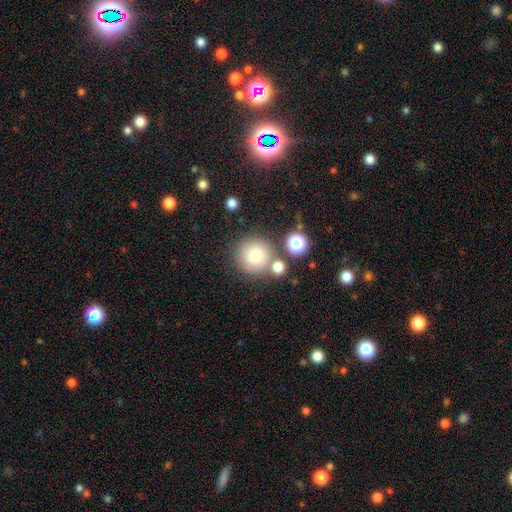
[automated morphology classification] This is likely a smooth galaxy (77%). How rounded: clearly round (94%). Merging: likely none (71%).